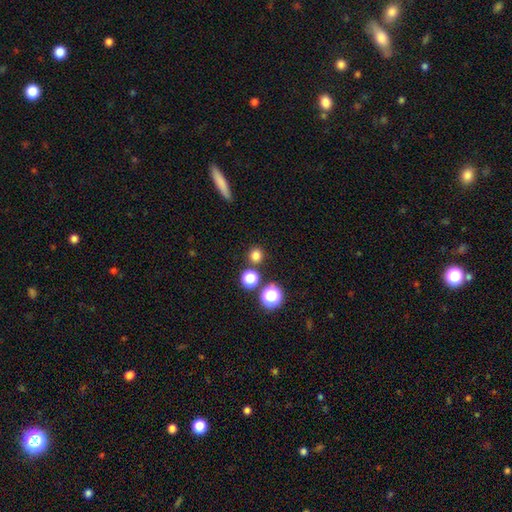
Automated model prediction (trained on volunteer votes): This appears to be a smooth galaxy with no disk features (78%) that is round (91%). Merging: none (83%).